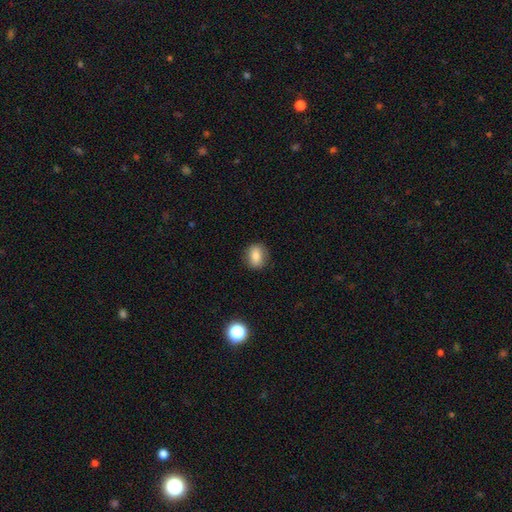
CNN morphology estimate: smooth-or-featured: smooth: 80% | featured or disk: 10% | star or artifact: 9%
  how-rounded: in between: 53% | round: 45% | cigar-shaped: 2%
  merging: none: 85% | minor disturbance: 11% | major disturbance: 3% | merger: 1%